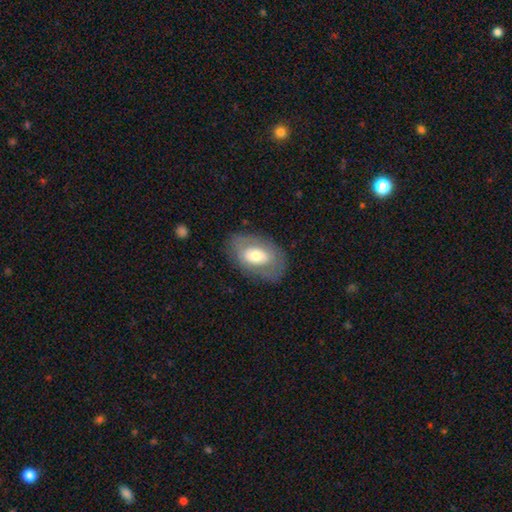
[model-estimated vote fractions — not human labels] Smooth or featured? Predicted: smooth (p=0.54). How rounded? Predicted: in between (p=0.87). Merging? Predicted: none (p=0.76).